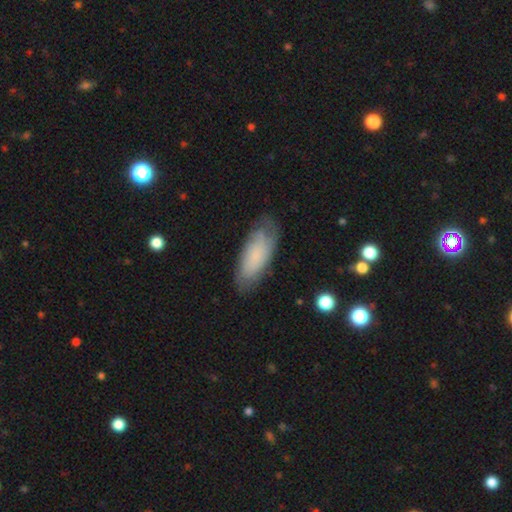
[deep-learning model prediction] smooth_or_featured: smooth (p=0.66) [alt: featured or disk p=0.26]
how_rounded: in between (p=0.75) [alt: cigar-shaped p=0.23]
merging: none (p=0.72) [alt: minor disturbance p=0.20]